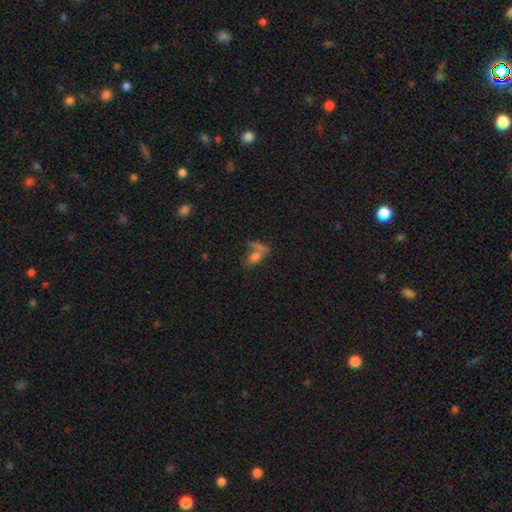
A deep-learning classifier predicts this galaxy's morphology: Q: Smooth or featured?
A: smooth (61%); runner-up: featured or disk (21%)
Q: How rounded?
A: in between (63%); runner-up: cigar-shaped (23%)
Q: Merging?
A: none (40%); runner-up: merger (35%)